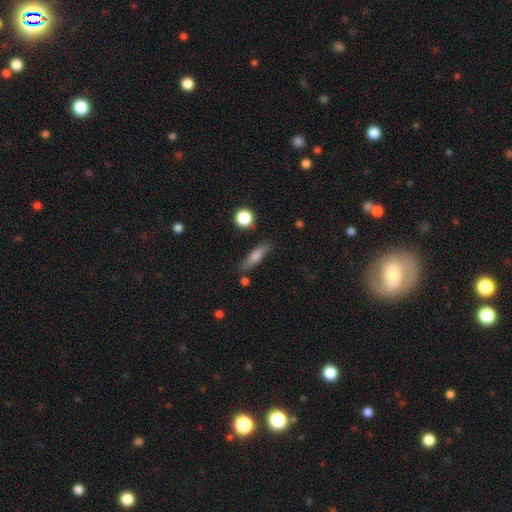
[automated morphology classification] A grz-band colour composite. It shows a smooth galaxy with no disk features (66%) that is cigar-shaped (70%). Merging: none (79%).